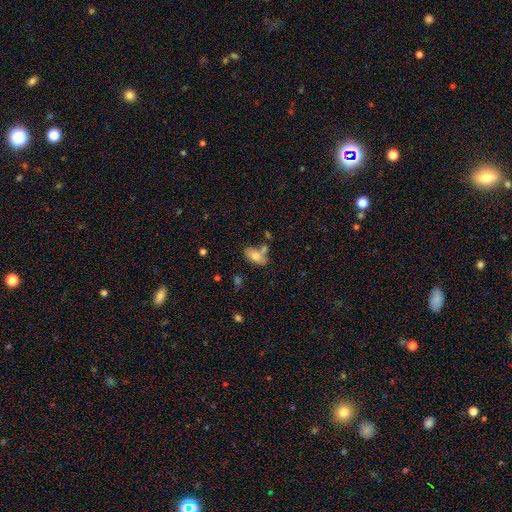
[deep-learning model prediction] Q: Smooth or featured?
A: smooth (75%); runner-up: featured or disk (17%)
Q: How rounded?
A: in between (88%); runner-up: cigar-shaped (7%)
Q: Merging?
A: none (53%); runner-up: merger (23%)